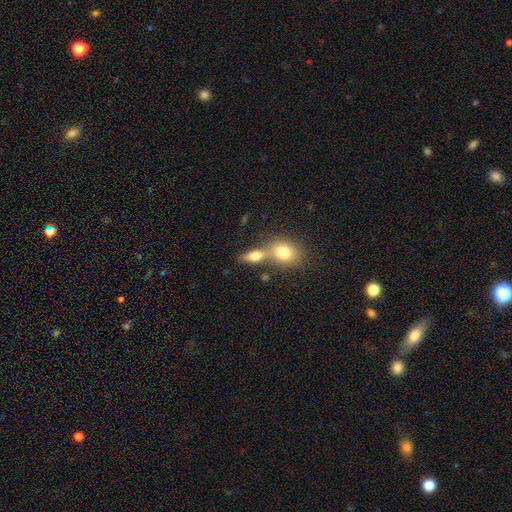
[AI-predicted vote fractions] A smooth galaxy with no disk features (67%) that is in between round and cigar-shaped (65%).

Vote fractions:
- Smooth or featured? smooth: 67% / featured or disk: 23% / star or artifact: 10%
- How rounded? in between: 65% / round: 18% / cigar-shaped: 16%
- Merging? merger: 46% / none: 41% / minor disturbance: 9% / major disturbance: 4%